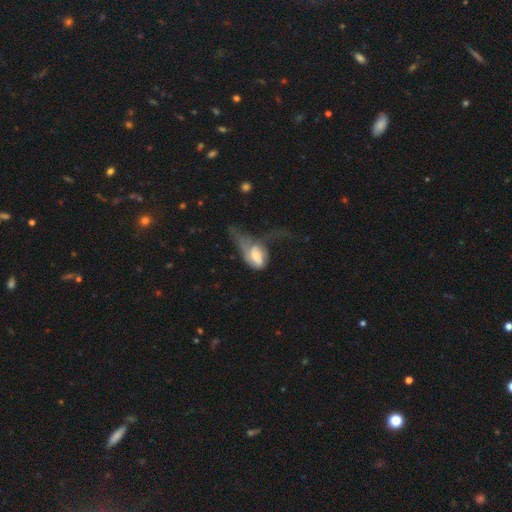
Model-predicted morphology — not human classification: A smooth galaxy with no disk features (49%).

Vote fractions:
- Smooth or featured? smooth: 49% / featured or disk: 43% / star or artifact: 7%
- Merging? major disturbance: 65% / minor disturbance: 13% / none: 11% / merger: 10%